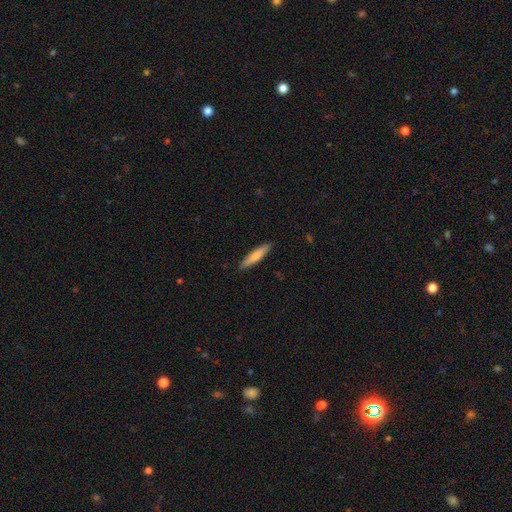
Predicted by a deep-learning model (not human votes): Morphology: type=smooth (72%); roundness=cigar-shaped (84%); merging=none (90%).